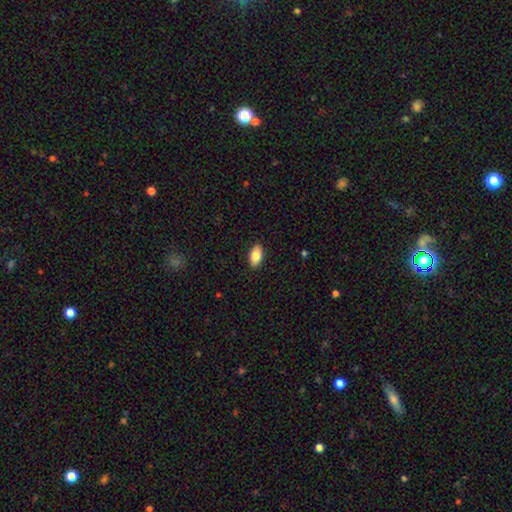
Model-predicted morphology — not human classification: A smooth galaxy with no disk features (83%) that is in between round and cigar-shaped (93%).

Vote fractions:
- Smooth or featured? smooth: 83% / featured or disk: 10% / star or artifact: 7%
- How rounded? in between: 93% / round: 4% / cigar-shaped: 3%
- Merging? none: 90% / minor disturbance: 7% / major disturbance: 2% / merger: 1%